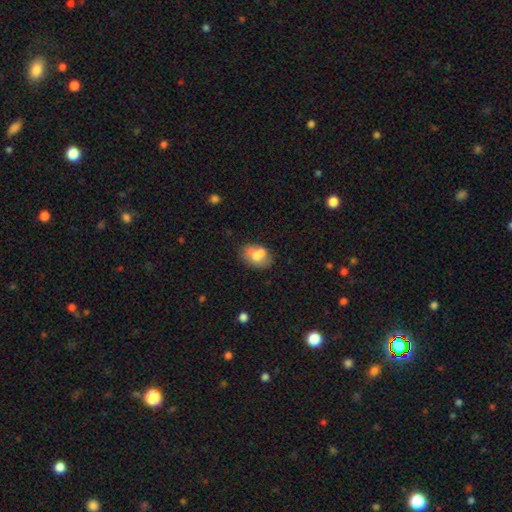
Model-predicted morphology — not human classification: Smooth or featured? Predicted: smooth (p=0.62). How rounded? Predicted: in between (p=0.75). Merging? Predicted: none (p=0.45).